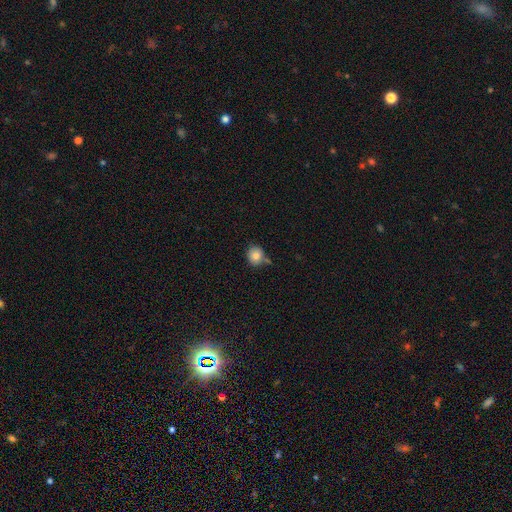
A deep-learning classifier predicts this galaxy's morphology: type=smooth (81%); roundness=round (84%); merging=none (68%).